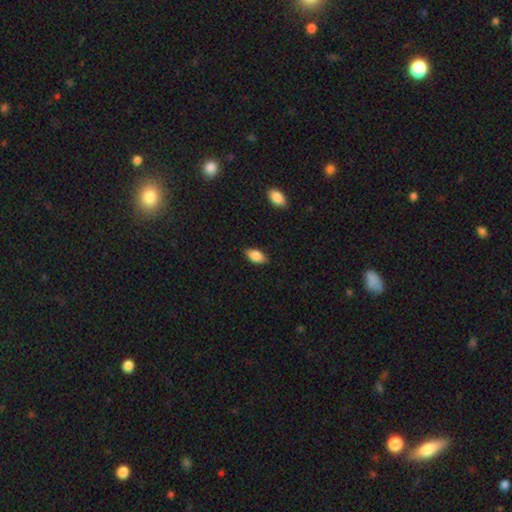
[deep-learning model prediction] smooth 77%, featured or disk 15%, star or artifact 7%. Down the decision tree: how rounded — in between (88%); merging — none (83%).